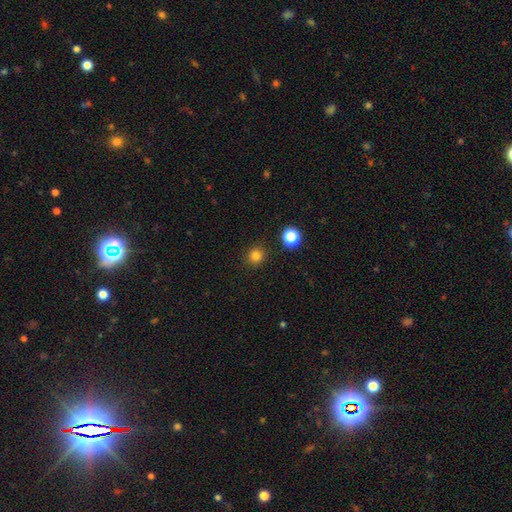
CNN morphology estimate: Smooth or featured: smooth — 82% (star or artifact — 14%)
How rounded: round — 92% (in between — 7%)
Merging: none — 90% (minor disturbance — 6%)